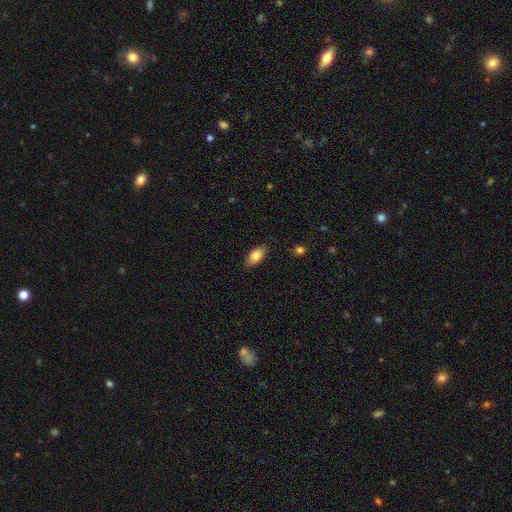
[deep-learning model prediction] Morphology: type=smooth (83%); roundness=in between (90%); merging=none (85%).